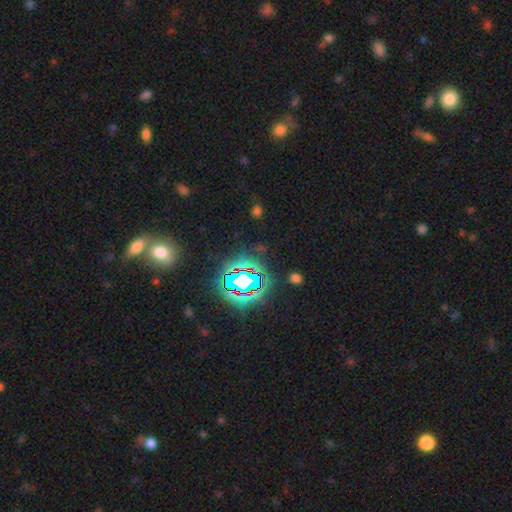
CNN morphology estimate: Smooth or featured? Predicted: star or artifact (p=0.77).